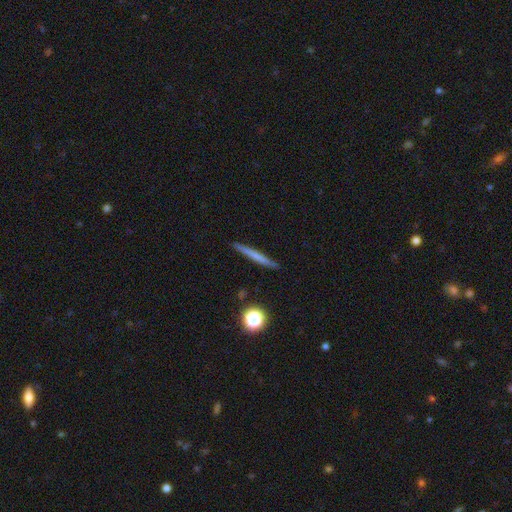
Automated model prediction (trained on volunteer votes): This appears to be a smooth galaxy with no disk features (53%) that is cigar-shaped (95%). Merging: none (91%).